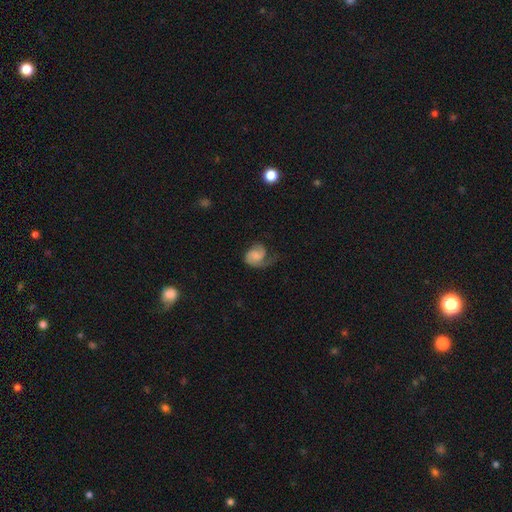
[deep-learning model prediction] Overall: featured or disk (60%; smooth 32%). Edge-on disk: no (98%). Bar: no (62%; weak 32%). Spiral arms: yes (93%). Spiral arm count: 2 (50%; 1 40%). Spiral winding: medium (41%; tight 30%). Bulge size: none (44%; small 24%). Merging: none (42%; major disturbance 28%).